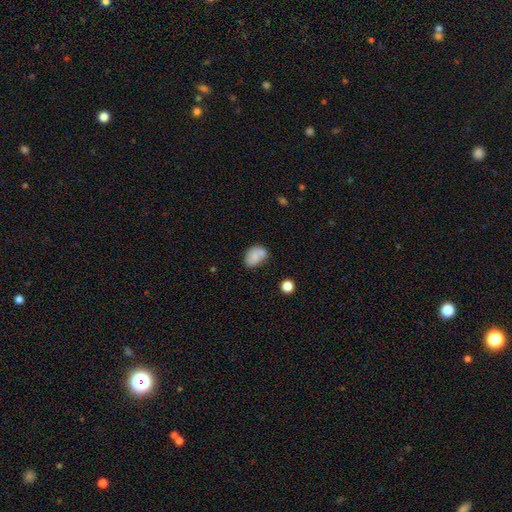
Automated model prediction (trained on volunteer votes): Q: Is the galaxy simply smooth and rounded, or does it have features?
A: smooth — 71%.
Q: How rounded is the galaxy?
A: in between — 79%.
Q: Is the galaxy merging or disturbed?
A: none — 55%.